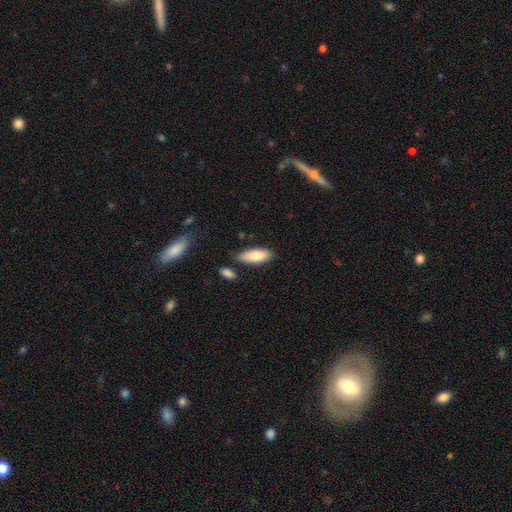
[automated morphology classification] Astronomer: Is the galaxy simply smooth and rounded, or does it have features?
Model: smooth — 85%.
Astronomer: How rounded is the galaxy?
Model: in between — 79%.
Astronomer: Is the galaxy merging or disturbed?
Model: none — 77%.